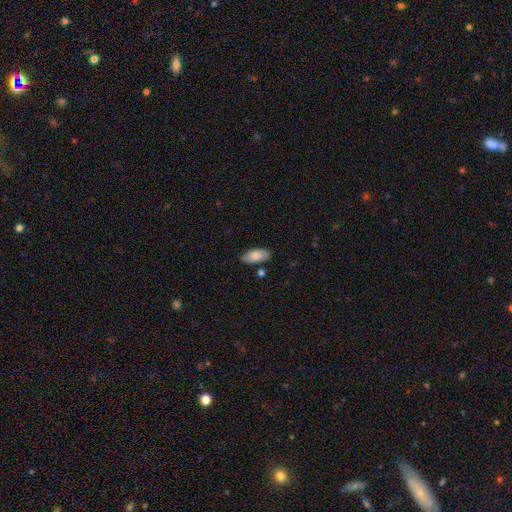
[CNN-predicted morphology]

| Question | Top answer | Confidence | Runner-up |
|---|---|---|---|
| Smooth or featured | smooth | 81% | featured or disk (13%) |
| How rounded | in between | 90% | cigar-shaped (8%) |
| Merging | none | 82% | minor disturbance (13%) |